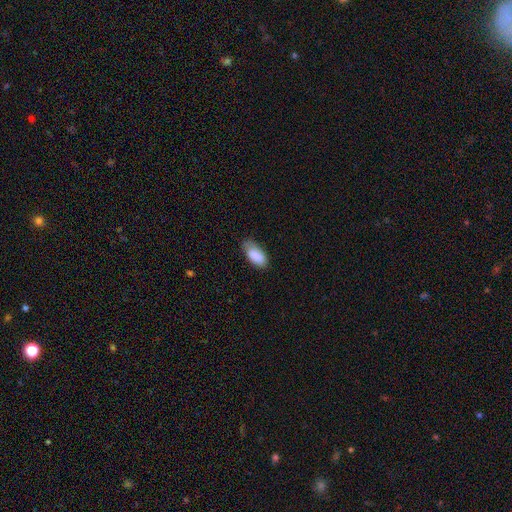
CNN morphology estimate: The model was most divided on "merging": none: 65%, minor disturbance: 28%, major disturbance: 6%, merger: 2%. More confident: how rounded — in between (89%); smooth or featured — smooth (86%).